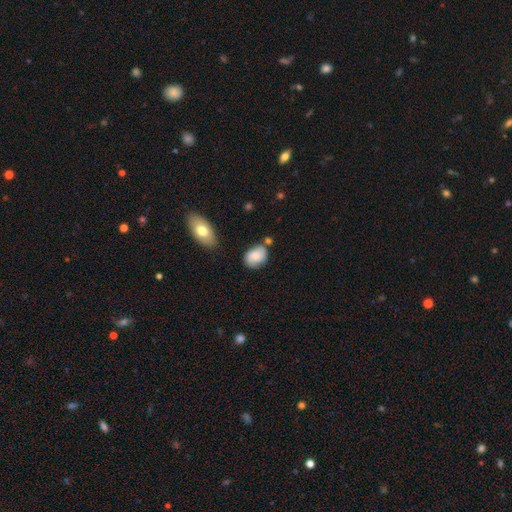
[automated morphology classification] The model was most divided on "merging": none: 63%, minor disturbance: 22%, merger: 9%, major disturbance: 5%. More confident: smooth or featured — smooth (79%); how rounded — in between (78%).